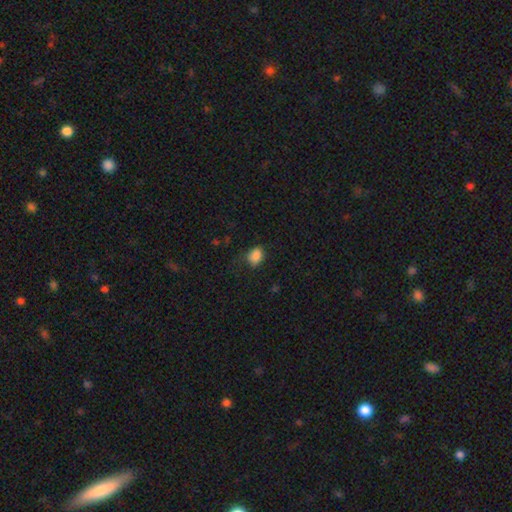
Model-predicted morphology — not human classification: Smooth or featured?
  - smooth: 86% *
  - star or artifact: 10%
  - featured or disk: 4%
How rounded?
  - in between: 67% *
  - round: 32%
  - cigar-shaped: 1%
Merging?
  - none: 68% *
  - minor disturbance: 23%
  - major disturbance: 7%
  - merger: 1%